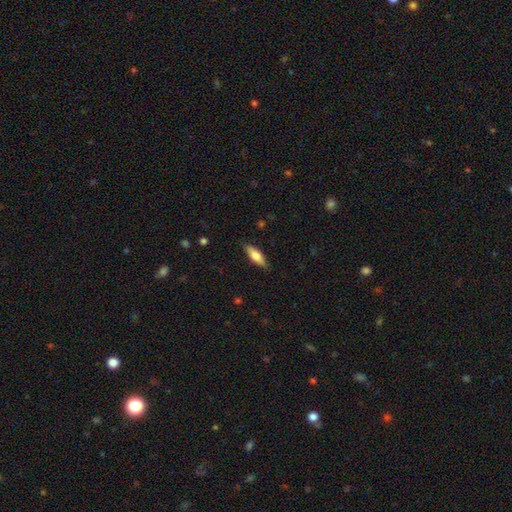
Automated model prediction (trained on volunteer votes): smooth 68%, featured or disk 26%, star or artifact 6%. Down the decision tree: how rounded — in between (50%); merging — none (86%).